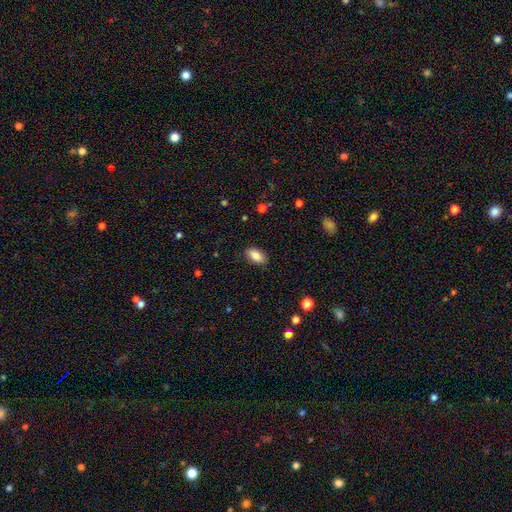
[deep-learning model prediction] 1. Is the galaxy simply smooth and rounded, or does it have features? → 87% smooth, 7% star or artifact, 6% featured or disk.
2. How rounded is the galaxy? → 92% in between, 4% cigar-shaped, 4% round.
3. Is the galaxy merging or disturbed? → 87% none, 10% minor disturbance, 2% major disturbance, 1% merger.